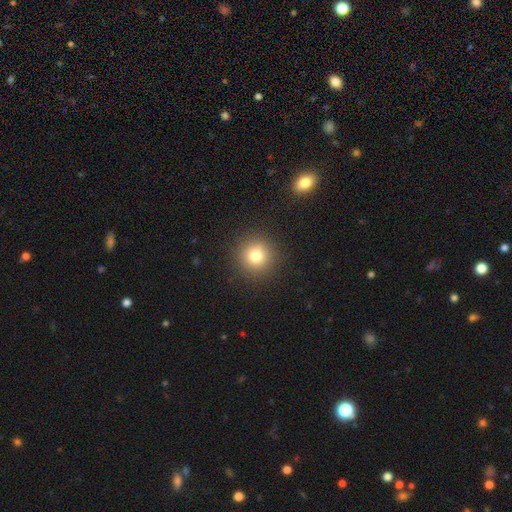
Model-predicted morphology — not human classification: smooth 79%, star or artifact 13%, featured or disk 8%. Down the decision tree: how rounded — round (94%); merging — none (91%).